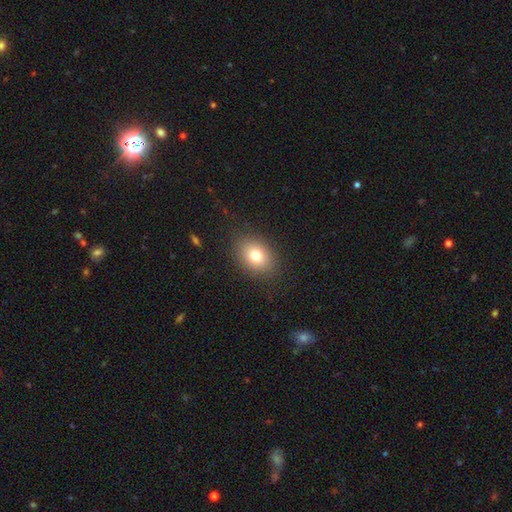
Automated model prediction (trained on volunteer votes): Smooth or featured? Predicted: smooth (p=0.78). How rounded? Predicted: in between (p=0.65). Merging? Predicted: none (p=0.85).